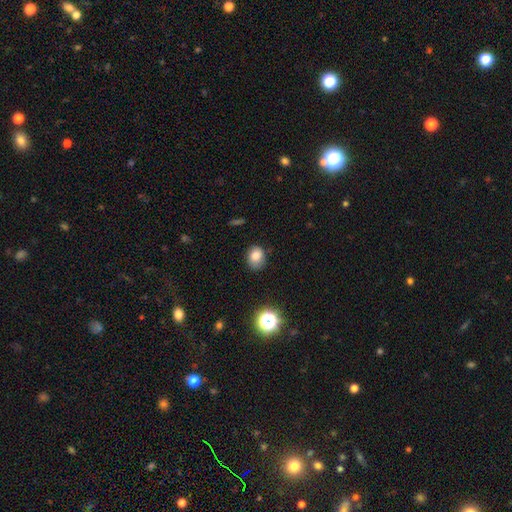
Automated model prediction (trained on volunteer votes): smooth-or-featured: smooth: 80% | star or artifact: 12% | featured or disk: 8%
  how-rounded: round: 51% | in between: 49% | cigar-shaped: 1%
  merging: none: 70% | minor disturbance: 23% | major disturbance: 5% | merger: 2%